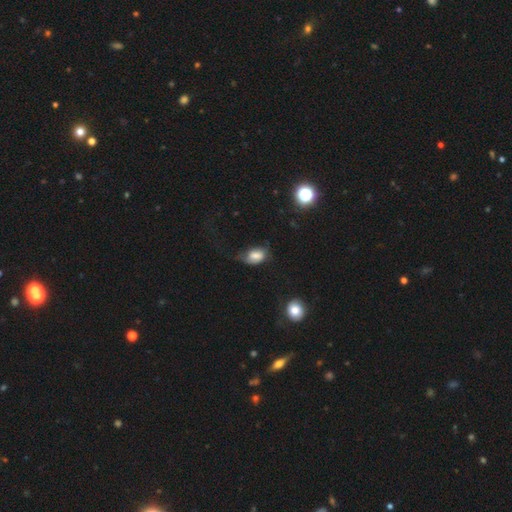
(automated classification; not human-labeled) smooth 70%, featured or disk 20%, star or artifact 11%. Down the decision tree: how rounded — in between (85%); merging — none (38%).